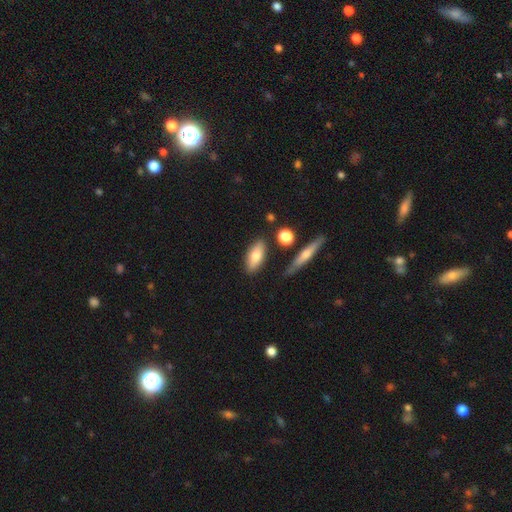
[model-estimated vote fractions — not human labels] Smooth or featured? smooth (73%)
How rounded? in between (78%)
Merging? none (79%)